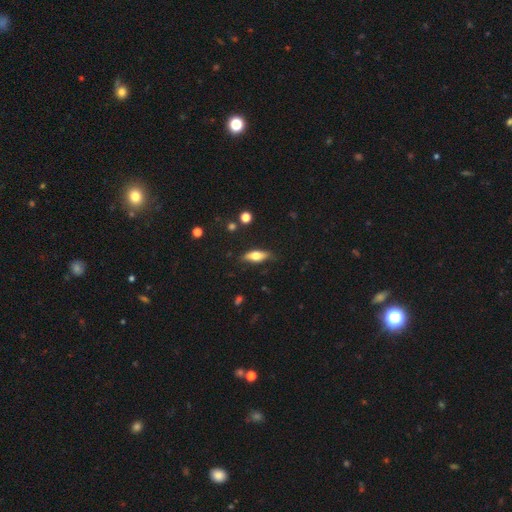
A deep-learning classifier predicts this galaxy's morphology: type=smooth (57%); roundness=in between (60%); merging=none (80%).